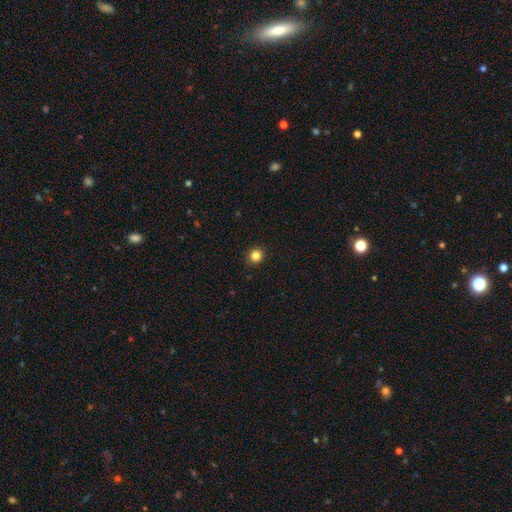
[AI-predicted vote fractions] The model was most divided on "smooth or featured": smooth: 84%, star or artifact: 12%, featured or disk: 4%. More confident: merging — none (92%); how rounded — round (90%).